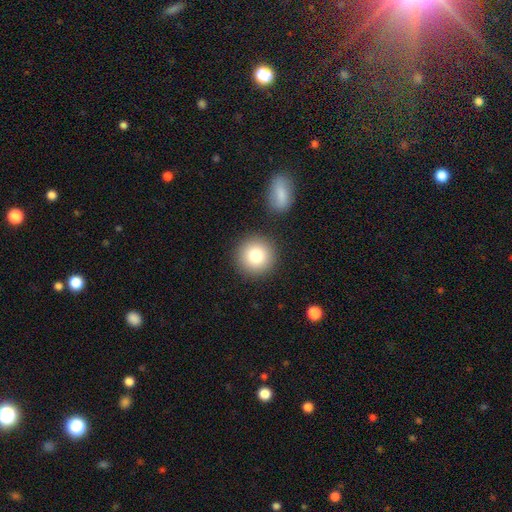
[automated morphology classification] Smooth or featured?
  - smooth: 80% *
  - star or artifact: 10%
  - featured or disk: 10%
How rounded?
  - round: 95% *
  - in between: 5%
  - cigar-shaped: 1%
Merging?
  - none: 88% *
  - minor disturbance: 6%
  - merger: 4%
  - major disturbance: 2%